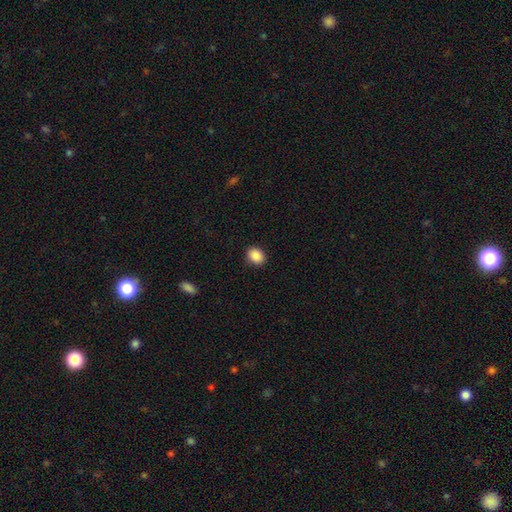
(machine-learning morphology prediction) Smooth or featured? Predicted: smooth (p=0.89). How rounded? Predicted: in between (p=0.54). Merging? Predicted: none (p=0.89).